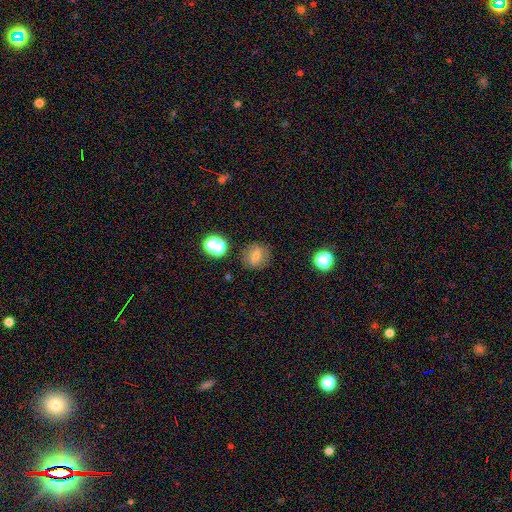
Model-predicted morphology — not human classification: smooth-or-featured: smooth: 70% | featured or disk: 16% | star or artifact: 14%
  how-rounded: round: 74% | in between: 24% | cigar-shaped: 2%
  merging: none: 81% | minor disturbance: 11% | merger: 5% | major disturbance: 3%